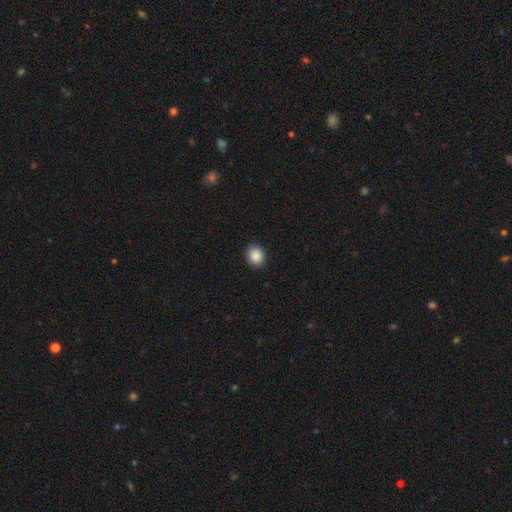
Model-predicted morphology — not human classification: A smooth galaxy with no disk features (89%) that is round (69%).

Vote fractions:
- Smooth or featured? smooth: 89% / star or artifact: 9% / featured or disk: 3%
- How rounded? round: 69% / in between: 31% / cigar-shaped: 1%
- Merging? none: 90% / minor disturbance: 8% / major disturbance: 2% / merger: 1%